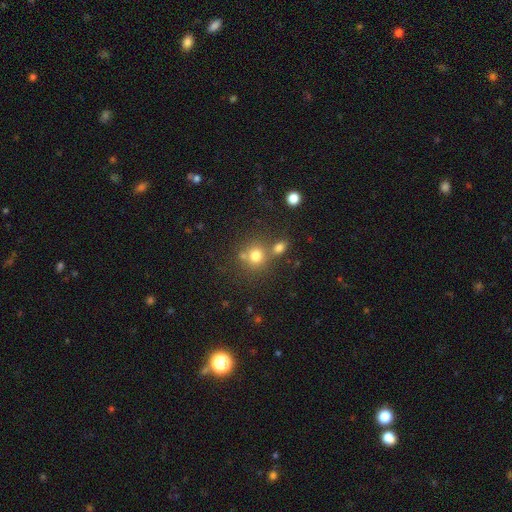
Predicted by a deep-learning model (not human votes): Q: Smooth or featured?
A: smooth (75%); runner-up: star or artifact (15%)
Q: How rounded?
A: round (85%); runner-up: in between (14%)
Q: Merging?
A: none (57%); runner-up: merger (29%)